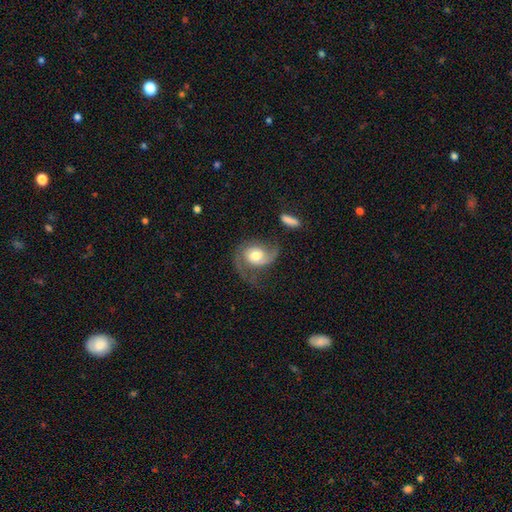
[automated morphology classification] Overall: featured or disk (75%). Edge-on disk: no (97%). Bar: no (68%). Spiral arms: yes (94%). Spiral arm count: 2 (65%; 1 27%). Spiral winding: loose (42%; medium 41%). Bulge size: moderate (64%). Merging: none (43%; major disturbance 32%).